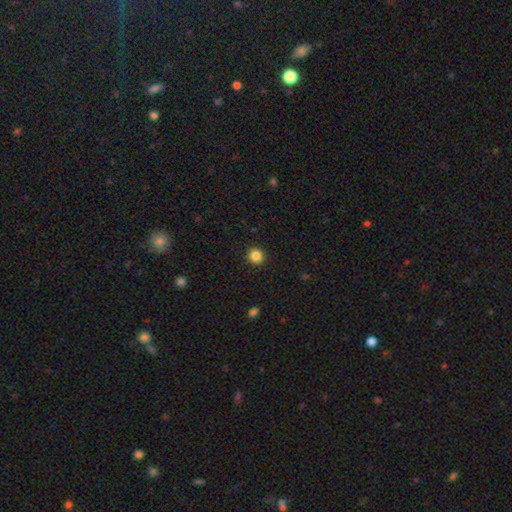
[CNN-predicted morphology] Q: Smooth or featured?
A: smooth (85%); runner-up: star or artifact (11%)
Q: How rounded?
A: round (92%); runner-up: in between (7%)
Q: Merging?
A: none (92%); runner-up: minor disturbance (5%)